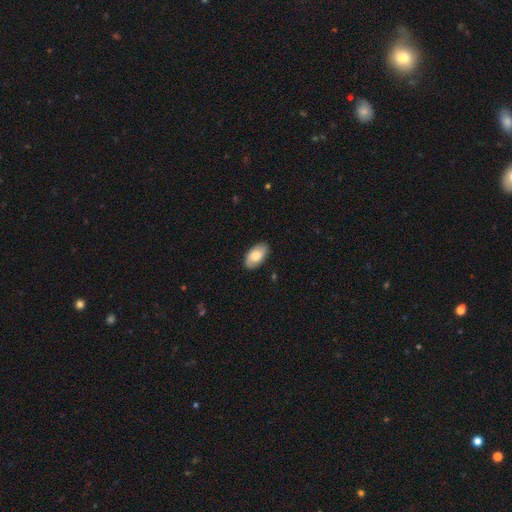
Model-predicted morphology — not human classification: smooth 69%, featured or disk 25%, star or artifact 6%. Down the decision tree: how rounded — in between (95%); merging — none (86%).